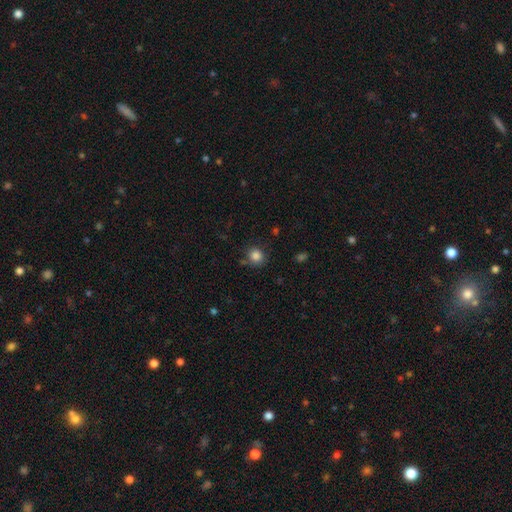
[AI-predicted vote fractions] Smooth or featured? Predicted: smooth (p=0.84). How rounded? Predicted: round (p=0.84). Merging? Predicted: none (p=0.80).